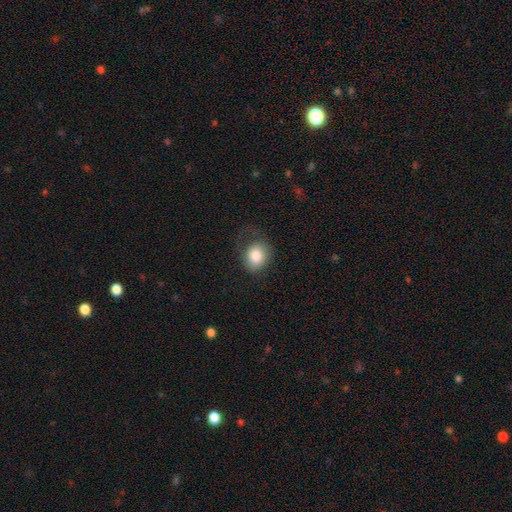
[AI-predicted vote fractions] This appears to be a smooth galaxy with no disk features (82%) that is round (58%). Merging: none (54%).